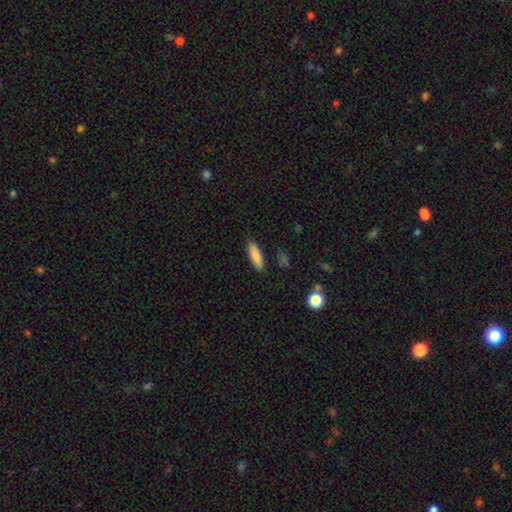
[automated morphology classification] smooth-or-featured: smooth: 86% | featured or disk: 7% | star or artifact: 7%
  how-rounded: in between: 51% | cigar-shaped: 47% | round: 2%
  merging: none: 86% | minor disturbance: 10% | major disturbance: 2% | merger: 2%